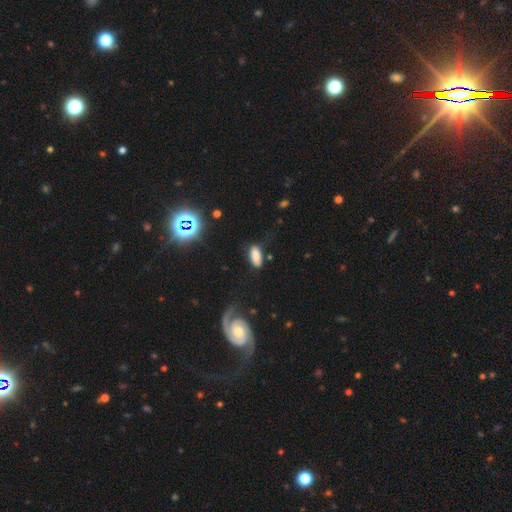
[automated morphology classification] smooth_or_featured: smooth (p=0.77) [alt: featured or disk p=0.12]
how_rounded: in between (p=0.87) [alt: cigar-shaped p=0.10]
merging: none (p=0.69) [alt: minor disturbance p=0.19]